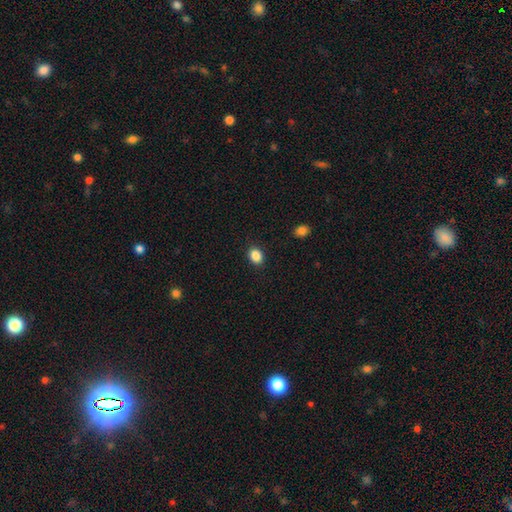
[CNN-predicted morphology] Q: Smooth or featured?
A: smooth (87%); runner-up: star or artifact (9%)
Q: How rounded?
A: in between (62%); runner-up: round (37%)
Q: Merging?
A: none (89%); runner-up: minor disturbance (7%)